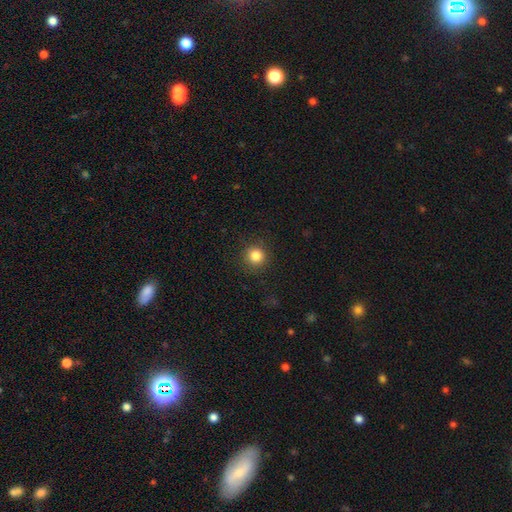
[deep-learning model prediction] Smooth or featured? smooth (84%)
How rounded? round (94%)
Merging? none (89%)